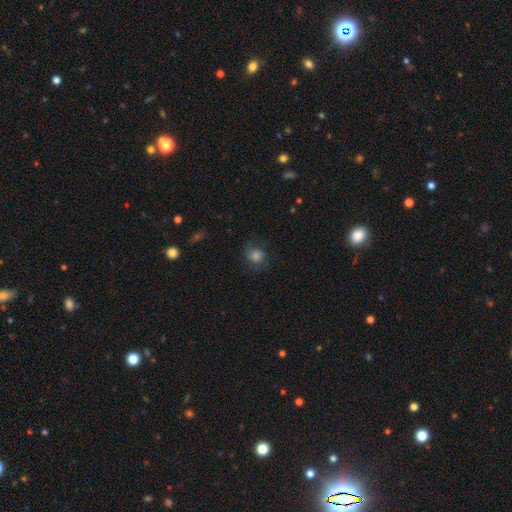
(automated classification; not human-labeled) smooth 57%, featured or disk 26%, star or artifact 17%. Down the decision tree: how rounded — round (74%); merging — none (70%).